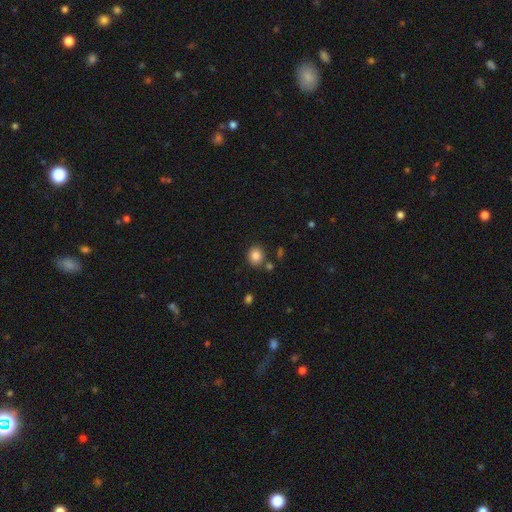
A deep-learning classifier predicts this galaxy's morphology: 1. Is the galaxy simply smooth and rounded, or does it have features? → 84% smooth, 10% star or artifact, 6% featured or disk.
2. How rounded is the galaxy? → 77% round, 22% in between, 1% cigar-shaped.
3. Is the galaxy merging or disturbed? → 81% none, 9% minor disturbance, 7% merger, 3% major disturbance.